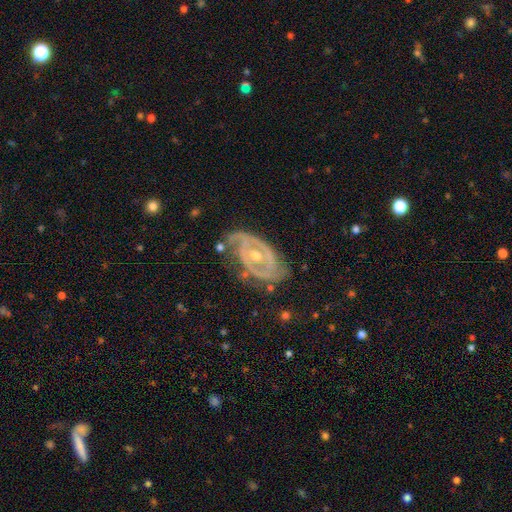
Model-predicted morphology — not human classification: This is clearly a featured or disk galaxy (87%). It is clearly not viewed edge-on (95%). Bar: possibly no (57%). Spiral arm pattern: clearly yes (87%). Spiral arm count: likely 2 (63%). Spiral winding: possibly tight (58%). Central bulge: possibly moderate (57%). Merging: likely none (62%).